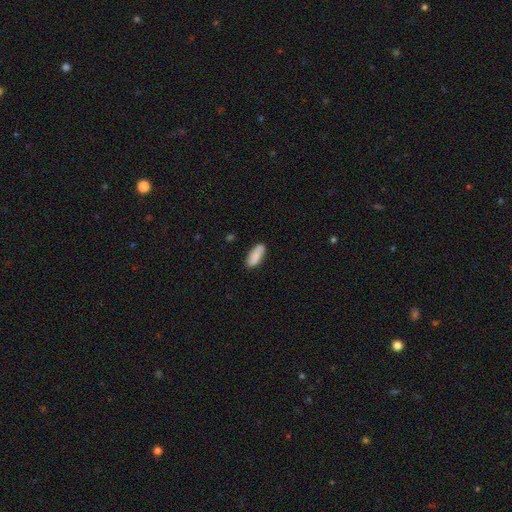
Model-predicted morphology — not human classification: This appears to be a smooth galaxy with no disk features (86%) that is in between round and cigar-shaped (76%). Merging: none (85%).